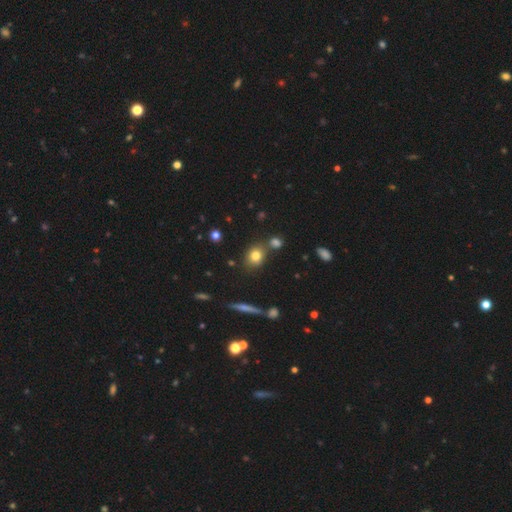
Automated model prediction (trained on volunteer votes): smooth_or_featured: smooth (p=0.78) [alt: star or artifact p=0.12]
how_rounded: round (p=0.56) [alt: in between p=0.41]
merging: none (p=0.71) [alt: merger p=0.14]